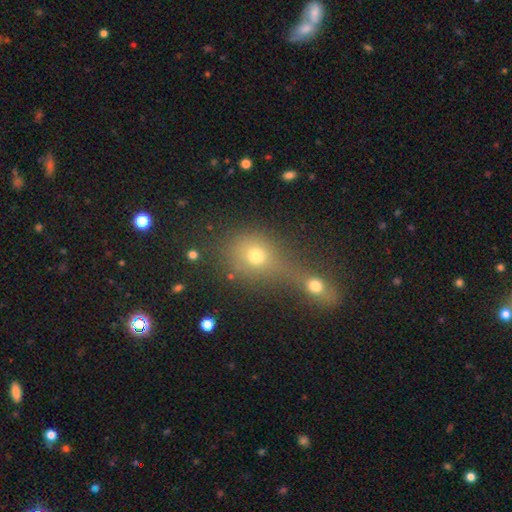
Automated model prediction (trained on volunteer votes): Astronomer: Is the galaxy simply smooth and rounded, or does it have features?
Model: smooth — 70%.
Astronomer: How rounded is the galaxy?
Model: round — 70%.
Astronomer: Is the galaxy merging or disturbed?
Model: merger — 55% (runner-up: none, 31%).